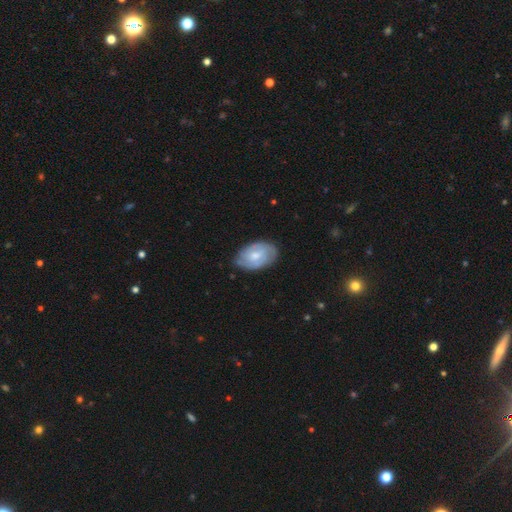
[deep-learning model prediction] A featured or disk galaxy (60%) with no bar (59%), spiral arms (79%) and a moderate central bulge (57%). Merging: none (71%).